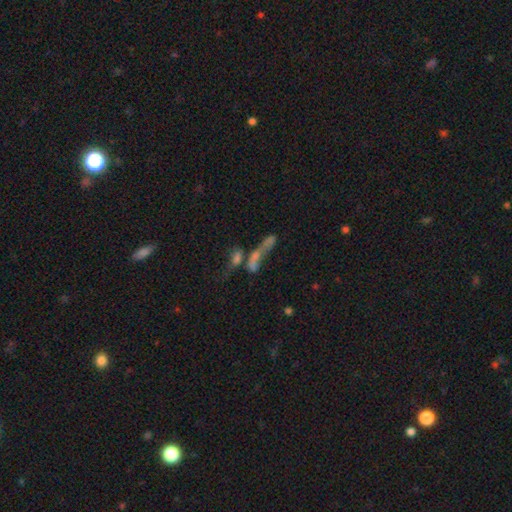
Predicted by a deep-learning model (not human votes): This appears to be a smooth galaxy with no disk features (43%). Merging: merger (65%).